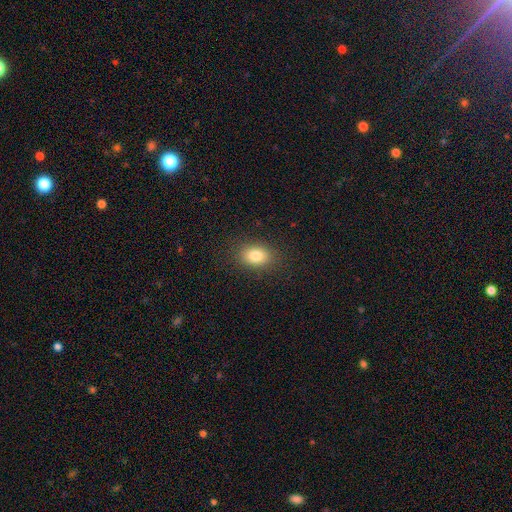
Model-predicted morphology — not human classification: smooth 82%, star or artifact 10%, featured or disk 8%. Down the decision tree: how rounded — in between (73%); merging — none (87%).